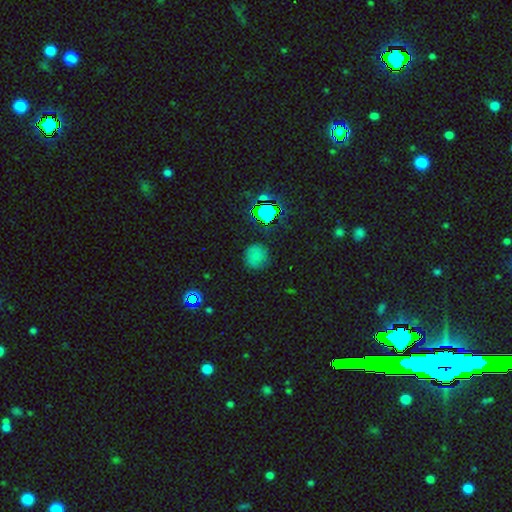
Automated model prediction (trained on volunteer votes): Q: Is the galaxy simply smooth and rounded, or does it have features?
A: smooth — 63%.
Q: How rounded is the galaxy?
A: round — 88%.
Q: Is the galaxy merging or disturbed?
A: none — 79%.